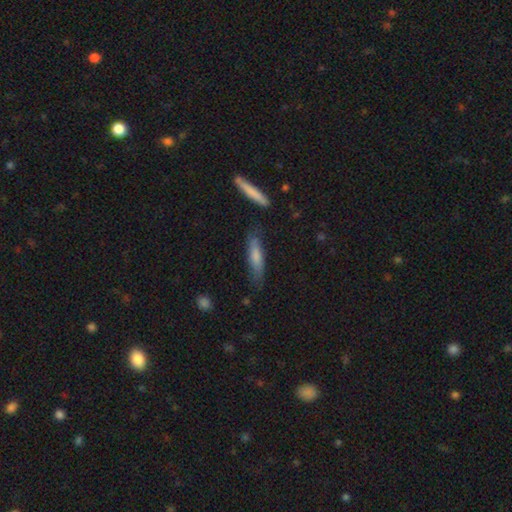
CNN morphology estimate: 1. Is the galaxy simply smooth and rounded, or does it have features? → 66% smooth, 27% featured or disk, 7% star or artifact.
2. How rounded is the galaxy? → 81% cigar-shaped, 17% in between, 2% round.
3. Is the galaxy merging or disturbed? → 74% none, 19% minor disturbance, 4% major disturbance, 4% merger.